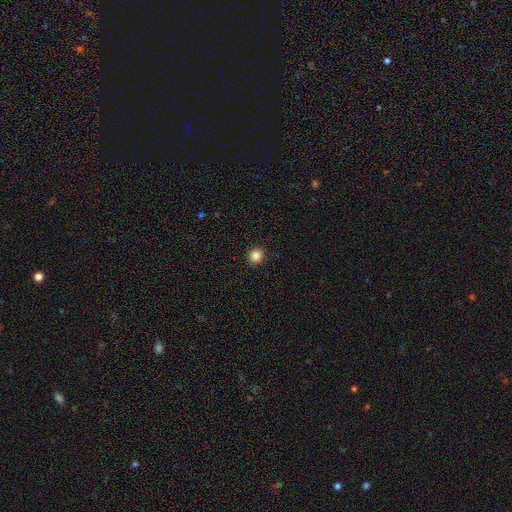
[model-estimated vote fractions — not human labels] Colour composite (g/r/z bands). It shows a smooth galaxy with no disk features (85%) that is round (88%). Merging: none (92%).